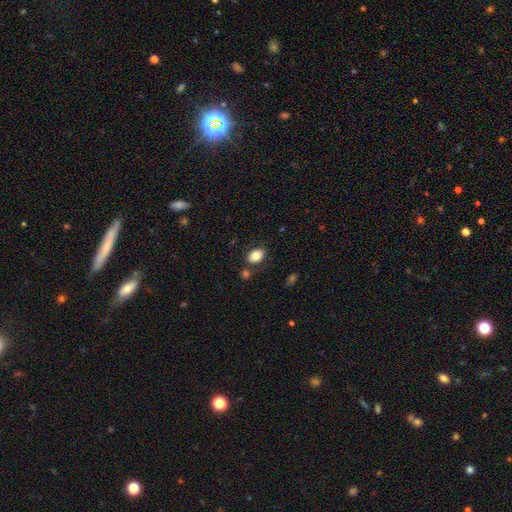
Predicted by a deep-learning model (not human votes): Smooth or featured: smooth — 84% (featured or disk — 8%)
How rounded: in between — 81% (round — 18%)
Merging: none — 76% (minor disturbance — 12%)